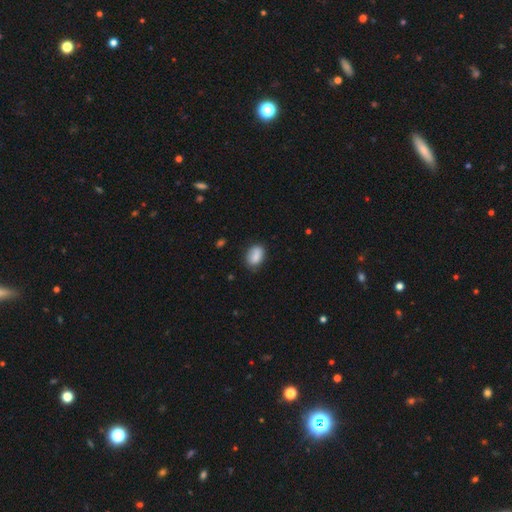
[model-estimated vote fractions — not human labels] Q: Smooth or featured?
A: smooth (83%); runner-up: featured or disk (10%)
Q: How rounded?
A: in between (82%); runner-up: round (16%)
Q: Merging?
A: none (75%); runner-up: minor disturbance (19%)